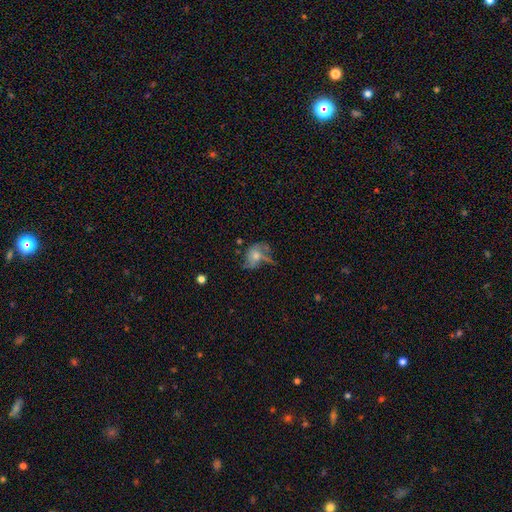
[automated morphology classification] Smooth or featured? Predicted: featured or disk (p=0.49). Merging? Predicted: major disturbance (p=0.35).